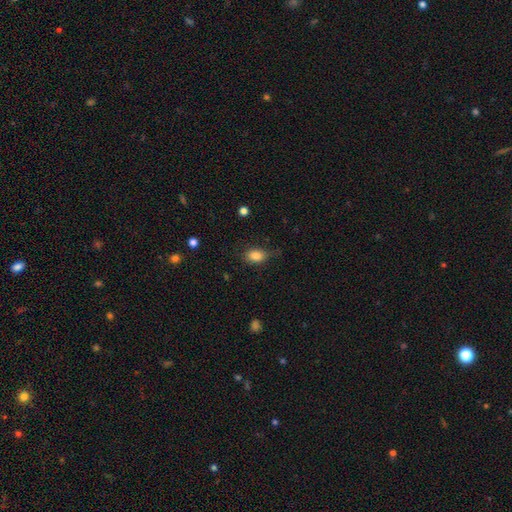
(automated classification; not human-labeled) Morphology: type=smooth (83%); roundness=in between (77%); merging=none (67%).